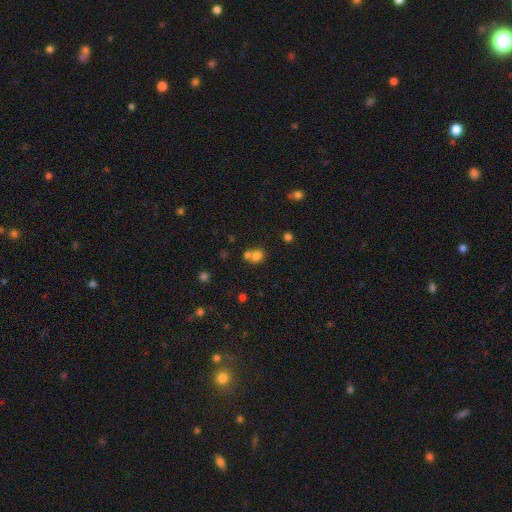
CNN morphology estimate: The model was most divided on "merging": merger: 48%, none: 40%, minor disturbance: 8%, major disturbance: 4%. More confident: smooth or featured — smooth (75%); how rounded — round (67%).